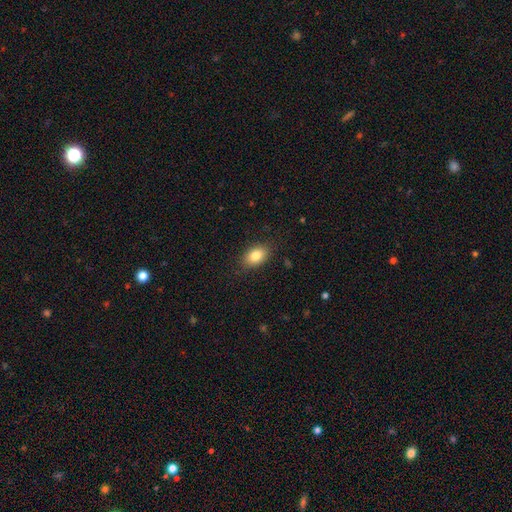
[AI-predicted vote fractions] Overall: smooth (83%). How rounded: in between (85%). Merging: none (86%).